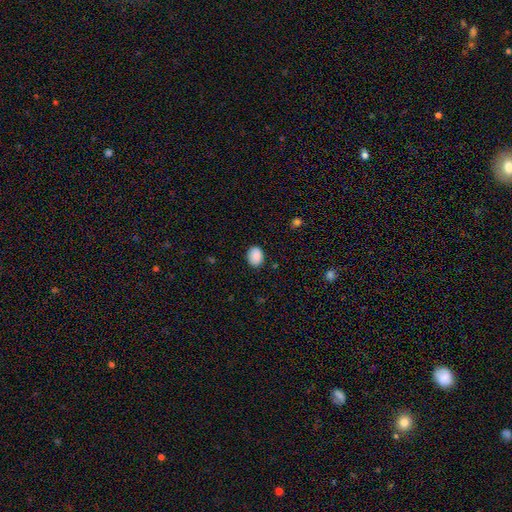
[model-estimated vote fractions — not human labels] smooth 89%, star or artifact 7%, featured or disk 3%. Down the decision tree: how rounded — in between (66%); merging — none (86%).